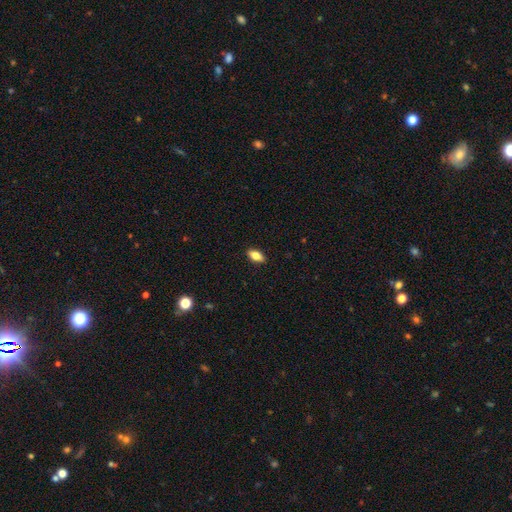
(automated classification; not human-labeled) Smooth or featured: smooth — 79% (featured or disk — 14%)
How rounded: in between — 88% (cigar-shaped — 8%)
Merging: none — 89% (minor disturbance — 8%)